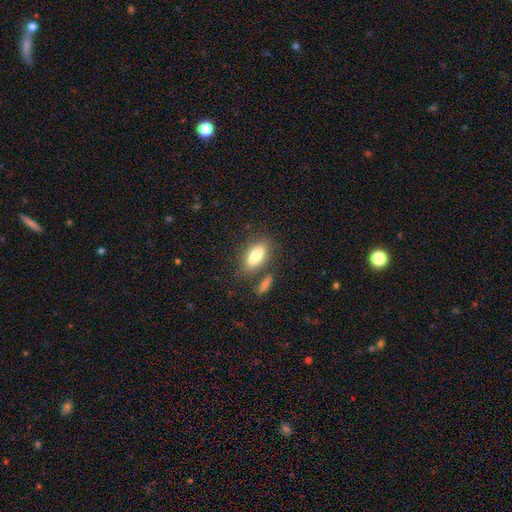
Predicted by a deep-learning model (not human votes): smooth_or_featured: smooth (p=0.77) [alt: featured or disk p=0.15]
how_rounded: in between (p=0.74) [alt: cigar-shaped p=0.22]
merging: none (p=0.73) [alt: minor disturbance p=0.12]